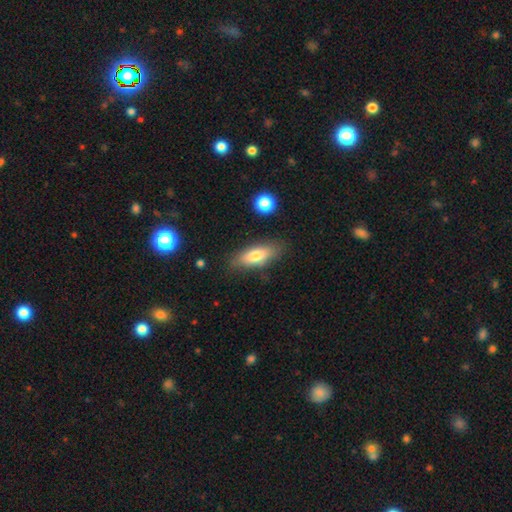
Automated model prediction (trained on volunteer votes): Smooth or featured?
  - smooth: 74% *
  - featured or disk: 19%
  - star or artifact: 7%
How rounded?
  - in between: 68% *
  - cigar-shaped: 29%
  - round: 3%
Merging?
  - none: 79% *
  - minor disturbance: 15%
  - major disturbance: 4%
  - merger: 3%